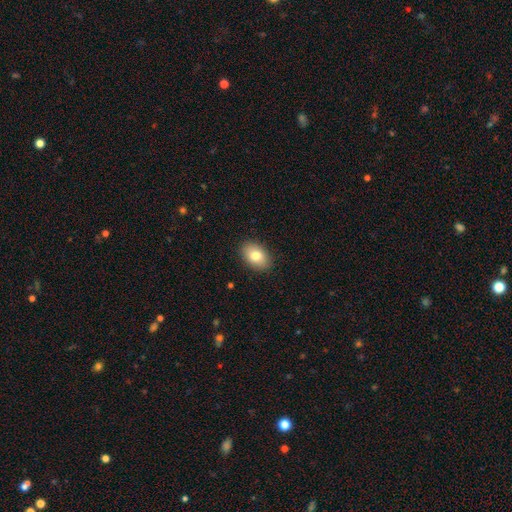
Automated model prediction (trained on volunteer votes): Smooth or featured? smooth (80%)
How rounded? in between (87%)
Merging? none (89%)